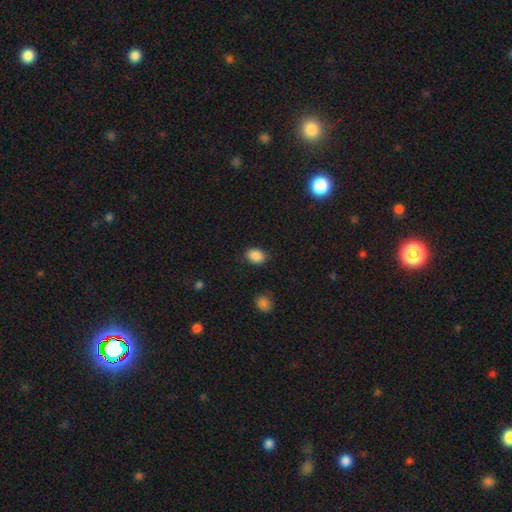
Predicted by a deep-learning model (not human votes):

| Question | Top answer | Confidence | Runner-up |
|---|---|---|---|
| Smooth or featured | smooth | 88% | star or artifact (8%) |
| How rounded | in between | 71% | round (28%) |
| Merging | none | 87% | minor disturbance (9%) |